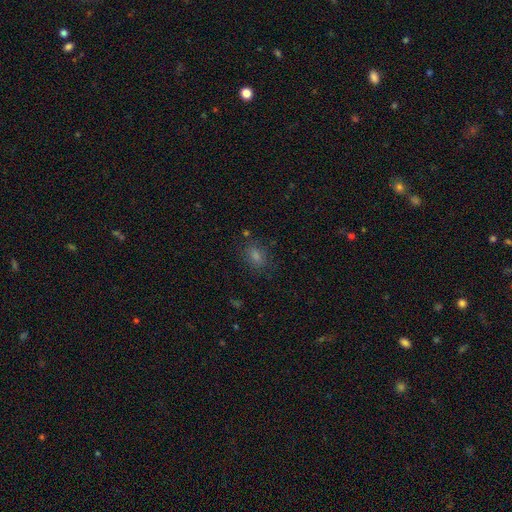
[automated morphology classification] This is likely a smooth galaxy (65%). How rounded: likely in between (62%). Merging: clearly none (83%).